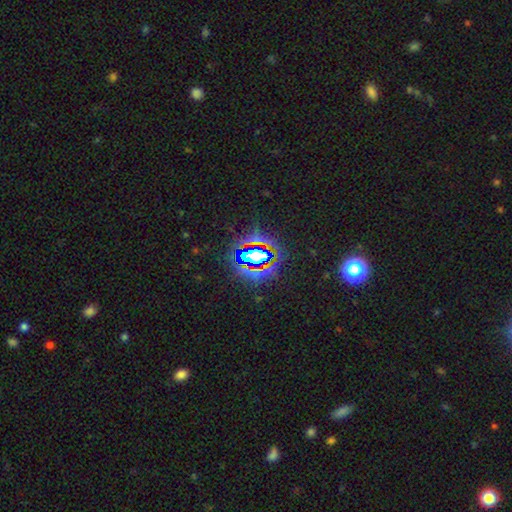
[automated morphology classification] Smooth or featured?
  - star or artifact: 74% *
  - smooth: 14%
  - featured or disk: 12%